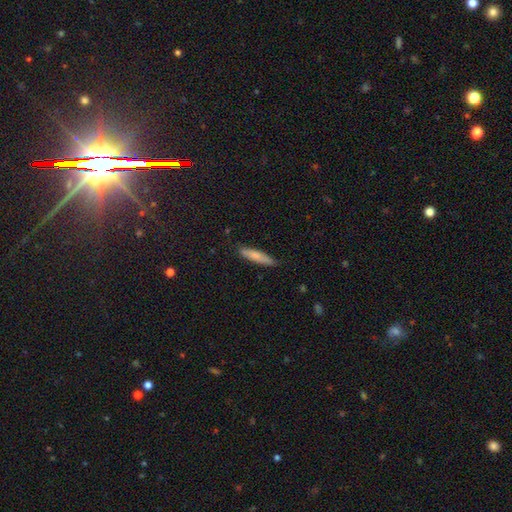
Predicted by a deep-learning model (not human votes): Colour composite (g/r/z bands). It shows a smooth galaxy with no disk features (76%) that is cigar-shaped (82%). Merging: none (82%).